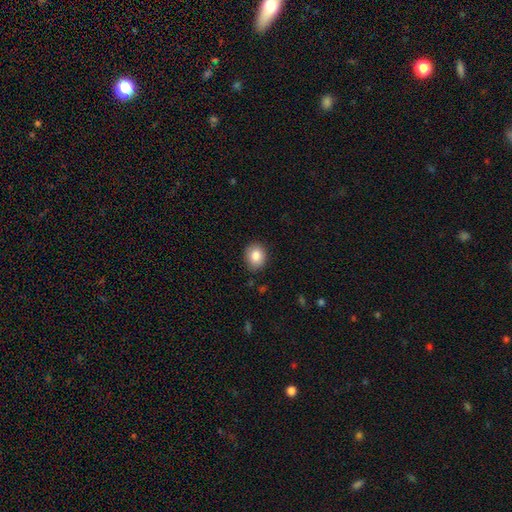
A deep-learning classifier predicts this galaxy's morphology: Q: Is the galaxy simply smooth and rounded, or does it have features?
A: smooth — 85%.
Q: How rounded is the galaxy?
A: round — 63%.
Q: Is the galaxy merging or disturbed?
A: none — 87%.